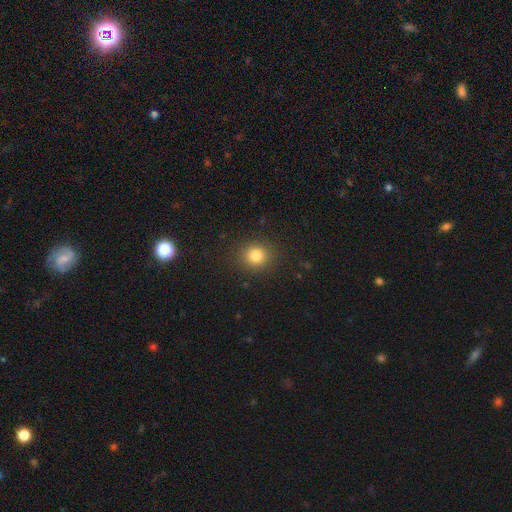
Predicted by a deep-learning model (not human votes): This is clearly a smooth galaxy (82%). How rounded: clearly round (83%). Merging: clearly none (89%).